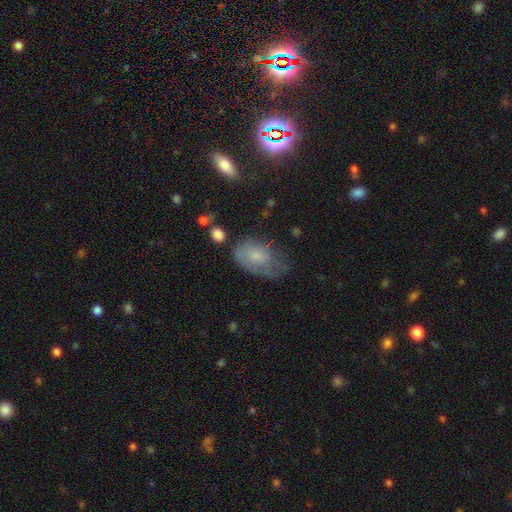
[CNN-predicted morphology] type=smooth (65%); roundness=in between (89%); merging=none (39%).